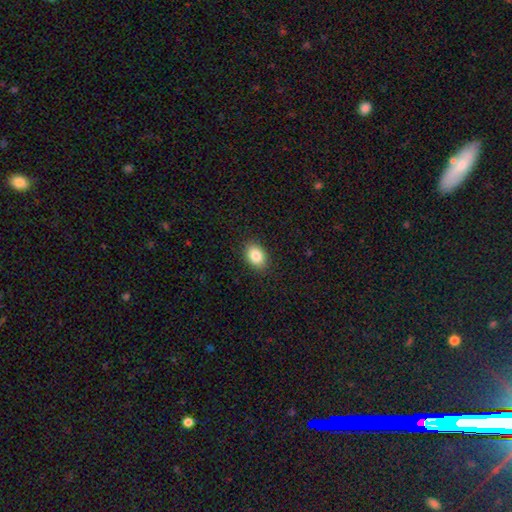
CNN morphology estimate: The model was most divided on "how rounded": in between: 76%, round: 23%, cigar-shaped: 1%. More confident: merging — none (88%); smooth or featured — smooth (85%).